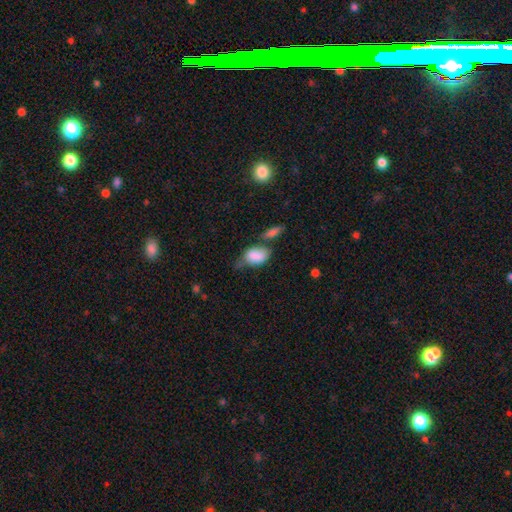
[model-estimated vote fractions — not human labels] Morphology: type=smooth (80%); roundness=in between (85%); merging=none (31%).